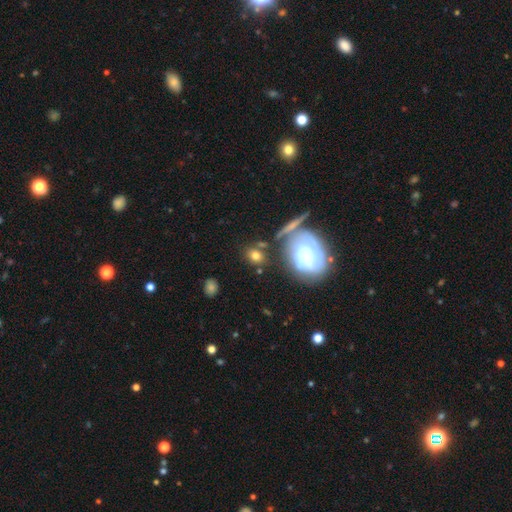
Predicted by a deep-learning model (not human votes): A smooth galaxy with no disk features (69%) that is round (59%). Merging: none (67%).